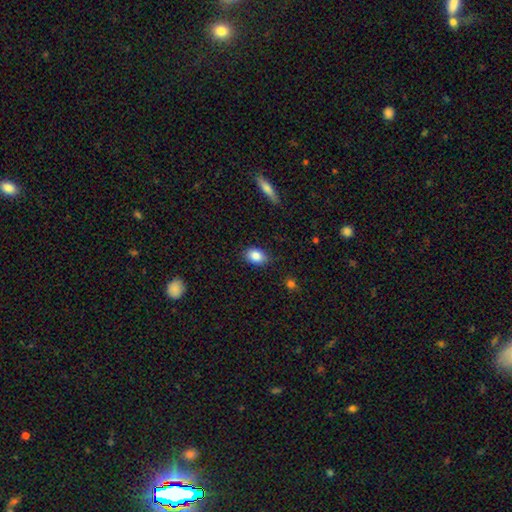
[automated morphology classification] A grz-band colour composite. It shows a smooth galaxy with no disk features (85%) that is in between round and cigar-shaped (78%). Merging: none (82%).